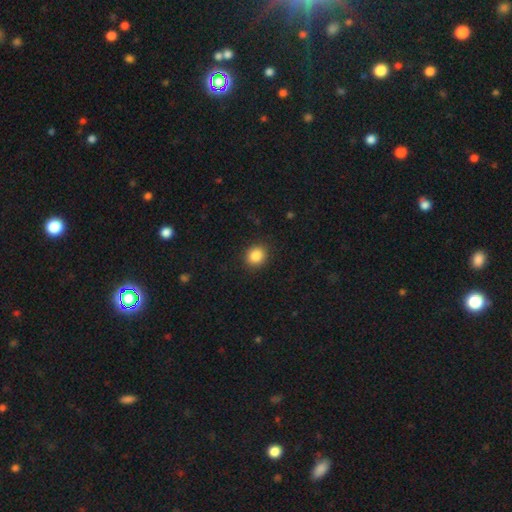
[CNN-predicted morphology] Smooth or featured? Predicted: smooth (p=0.86). How rounded? Predicted: round (p=0.78). Merging? Predicted: none (p=0.90).